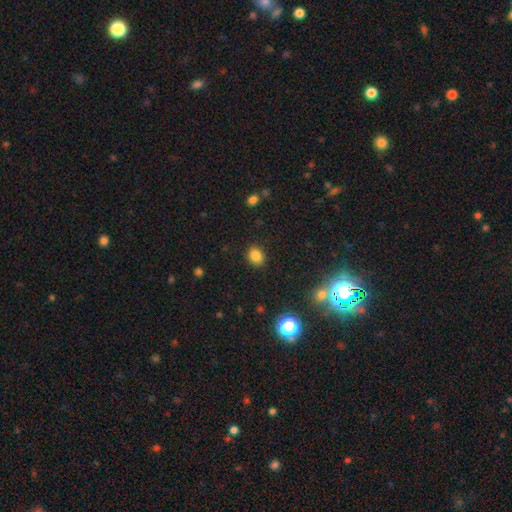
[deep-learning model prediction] Smooth or featured?
  - smooth: 83% *
  - star or artifact: 13%
  - featured or disk: 5%
How rounded?
  - round: 51% *
  - in between: 48%
  - cigar-shaped: 1%
Merging?
  - none: 87% *
  - minor disturbance: 9%
  - major disturbance: 3%
  - merger: 1%